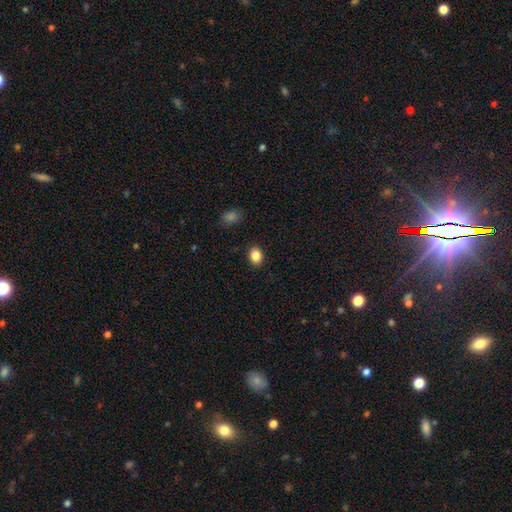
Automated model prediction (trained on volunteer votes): The model was most divided on "how rounded": in between: 68%, round: 31%, cigar-shaped: 1%. More confident: merging — none (89%); smooth or featured — smooth (87%).